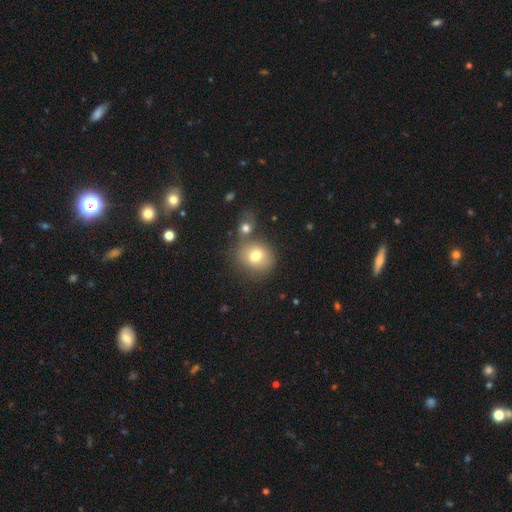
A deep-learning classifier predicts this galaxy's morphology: Q: Smooth or featured?
A: smooth (75%); runner-up: featured or disk (14%)
Q: How rounded?
A: round (81%); runner-up: in between (18%)
Q: Merging?
A: none (56%); runner-up: merger (28%)